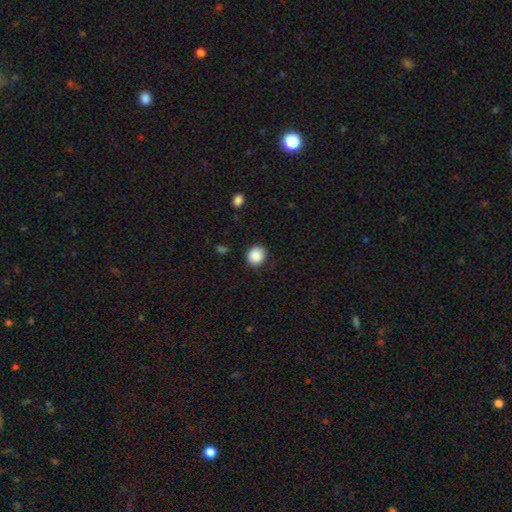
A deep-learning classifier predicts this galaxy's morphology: Smooth or featured? Predicted: smooth (p=0.88). How rounded? Predicted: round (p=0.79). Merging? Predicted: none (p=0.84).